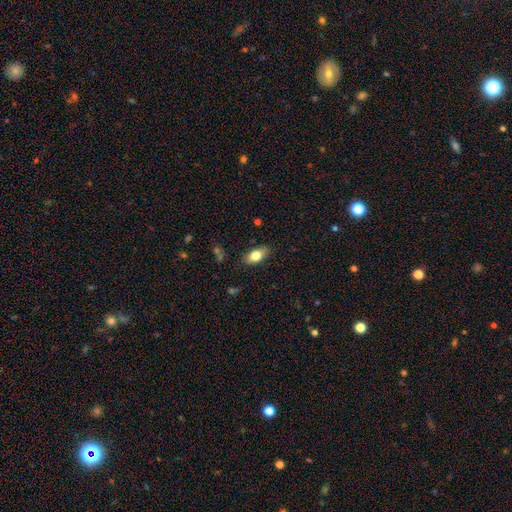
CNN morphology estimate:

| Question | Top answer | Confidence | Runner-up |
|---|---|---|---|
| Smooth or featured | smooth | 75% | featured or disk (18%) |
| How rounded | in between | 86% | cigar-shaped (9%) |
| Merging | none | 84% | minor disturbance (12%) |